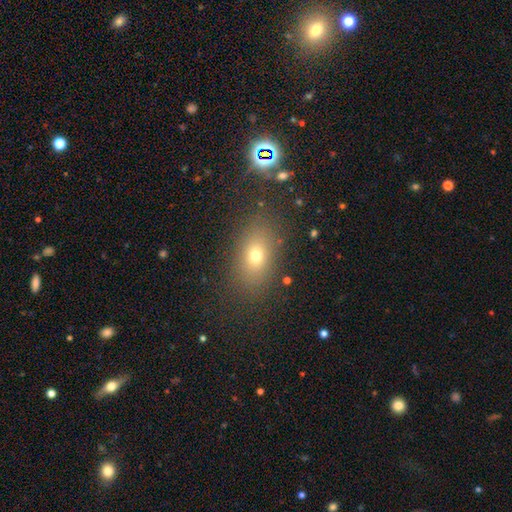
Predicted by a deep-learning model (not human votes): Morphology: type=smooth (70%); roundness=in between (77%); merging=none (83%).